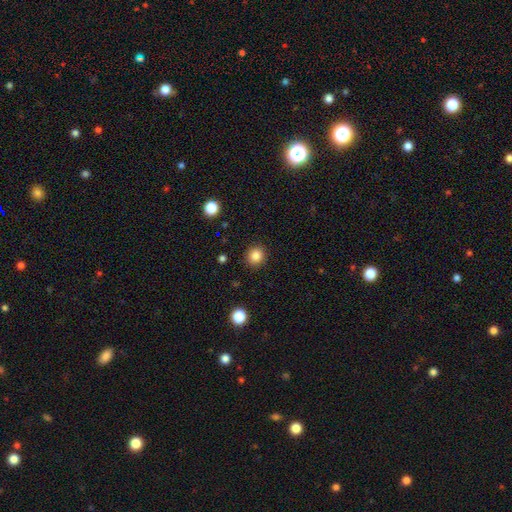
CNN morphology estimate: Overall: smooth (84%). How rounded: round (90%). Merging: none (91%).